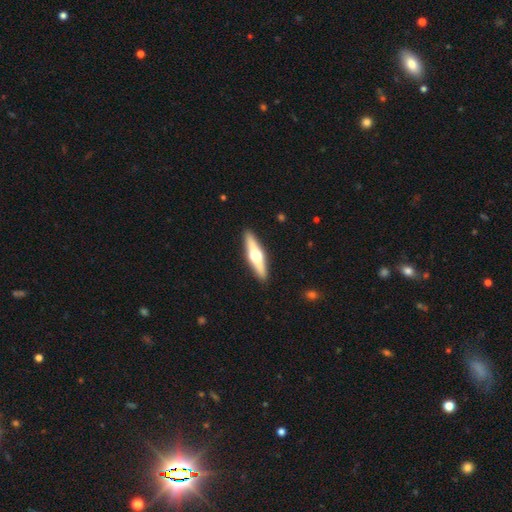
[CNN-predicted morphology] featured or disk 62%, smooth 33%, star or artifact 5%. Down the decision tree: edge-on disk — yes (95%); edge-on bulge — rounded (95%); merging — none (91%).